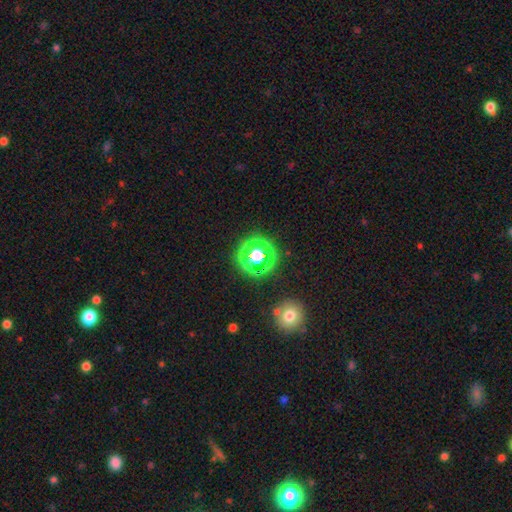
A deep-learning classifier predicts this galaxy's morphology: This appears to be a star or artifact, not a galaxy (45%).